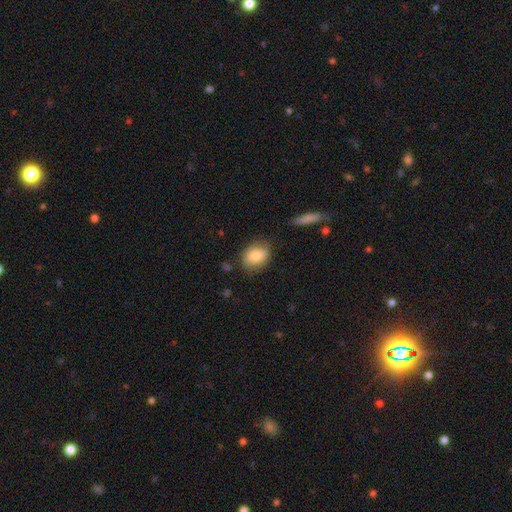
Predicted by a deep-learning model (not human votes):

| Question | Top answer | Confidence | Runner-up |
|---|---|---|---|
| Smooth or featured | smooth | 81% | featured or disk (12%) |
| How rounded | in between | 67% | round (31%) |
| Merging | none | 77% | minor disturbance (16%) |